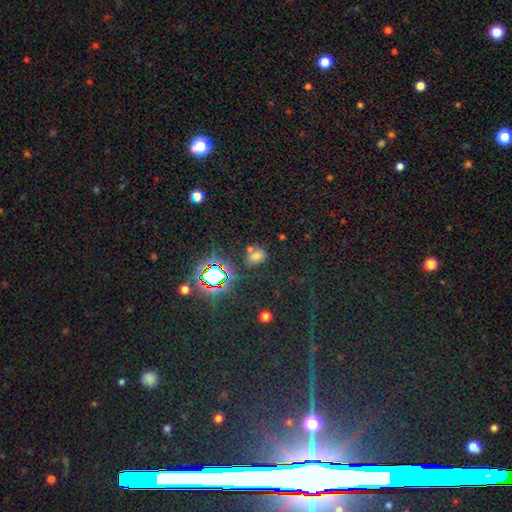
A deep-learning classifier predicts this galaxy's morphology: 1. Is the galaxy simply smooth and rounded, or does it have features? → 58% smooth, 33% star or artifact, 9% featured or disk.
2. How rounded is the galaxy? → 65% in between, 33% round, 2% cigar-shaped.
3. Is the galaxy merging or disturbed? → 65% none, 14% minor disturbance, 14% merger, 7% major disturbance.